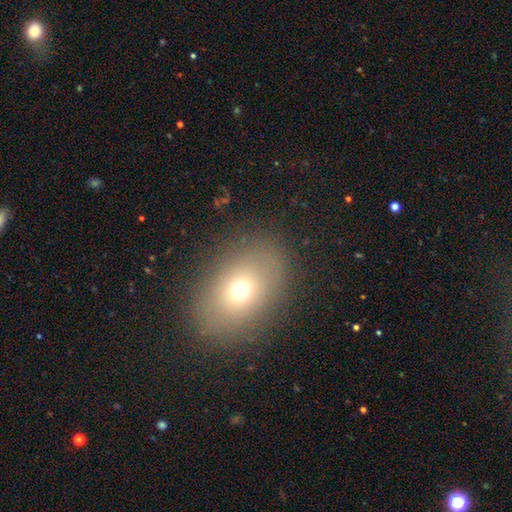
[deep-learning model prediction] smooth_or_featured: smooth (p=0.68) [alt: star or artifact p=0.16]
how_rounded: in between (p=0.71) [alt: round p=0.27]
merging: none (p=0.85) [alt: minor disturbance p=0.09]